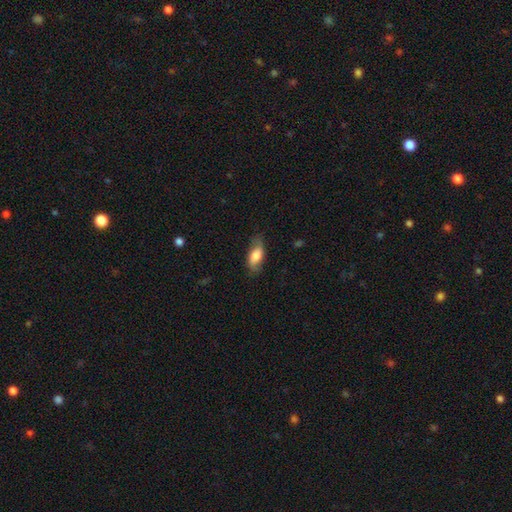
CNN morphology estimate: Smooth or featured? smooth (69%)
How rounded? in between (83%)
Merging? none (70%)